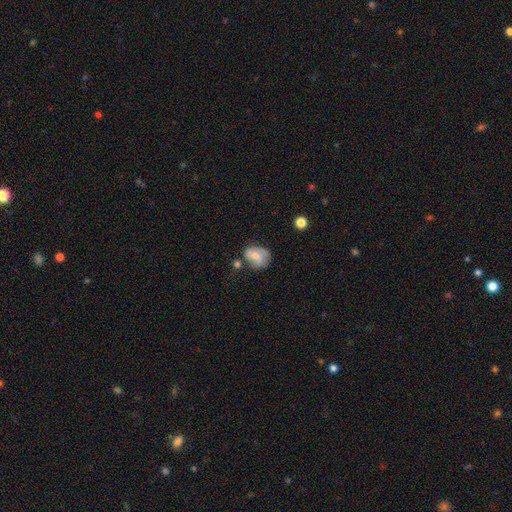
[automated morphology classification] This is possibly a smooth galaxy (52%). How rounded: possibly in between (49%, tied with round). Merging: possibly none (46%).